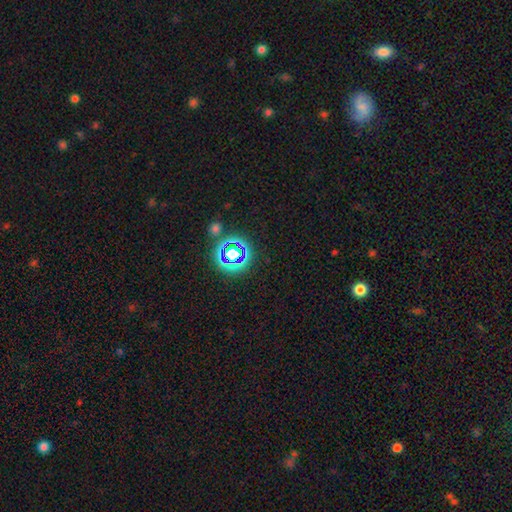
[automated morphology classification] Smooth or featured?
  - star or artifact: 64% *
  - smooth: 28%
  - featured or disk: 8%